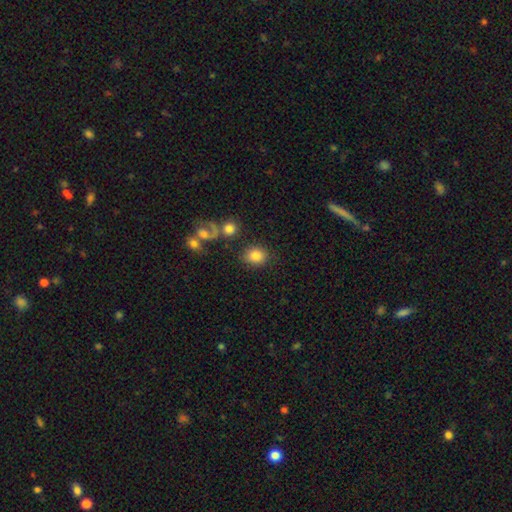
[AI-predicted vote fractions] smooth_or_featured: smooth (p=0.82) [alt: star or artifact p=0.09]
how_rounded: round (p=0.65) [alt: in between p=0.34]
merging: none (p=0.76) [alt: minor disturbance p=0.11]